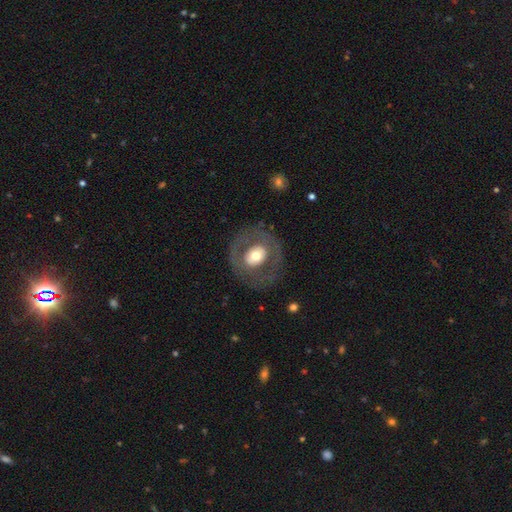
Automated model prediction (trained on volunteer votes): A featured or disk galaxy (51%).

Vote fractions:
- Smooth or featured? featured or disk: 51% / smooth: 42% / star or artifact: 6%
- Edge-on disk? no: 95% / yes: 5%
- Merging? none: 78% / minor disturbance: 11% / major disturbance: 10% / merger: 1%